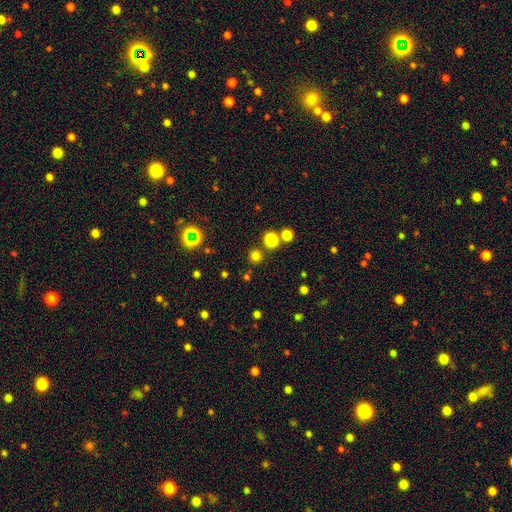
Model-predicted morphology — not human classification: smooth-or-featured: smooth: 71% | star or artifact: 23% | featured or disk: 5%
  how-rounded: round: 93% | in between: 6% | cigar-shaped: 1%
  merging: none: 81% | merger: 10% | minor disturbance: 6% | major disturbance: 3%